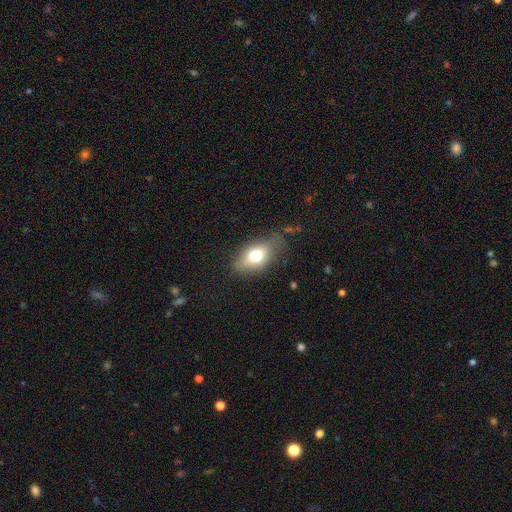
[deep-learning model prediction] smooth_or_featured: smooth (p=0.69) [alt: featured or disk p=0.21]
how_rounded: in between (p=0.83) [alt: round p=0.13]
merging: none (p=0.65) [alt: minor disturbance p=0.24]